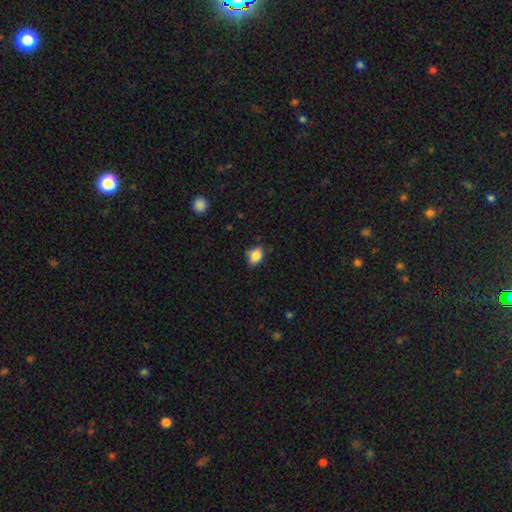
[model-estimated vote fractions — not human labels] Smooth or featured? smooth (84%)
How rounded? in between (69%)
Merging? none (66%)